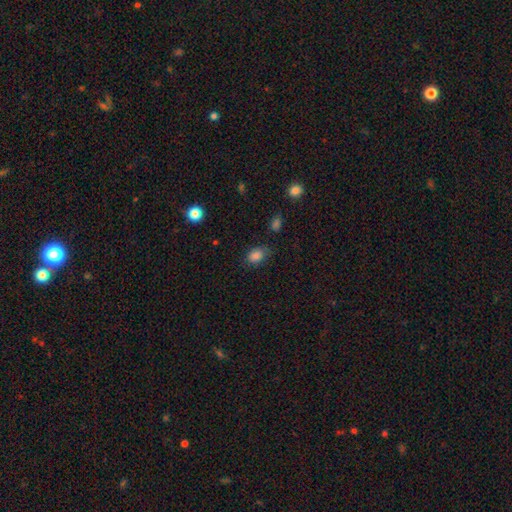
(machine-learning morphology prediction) Smooth or featured? smooth (85%)
How rounded? in between (78%)
Merging? none (66%)